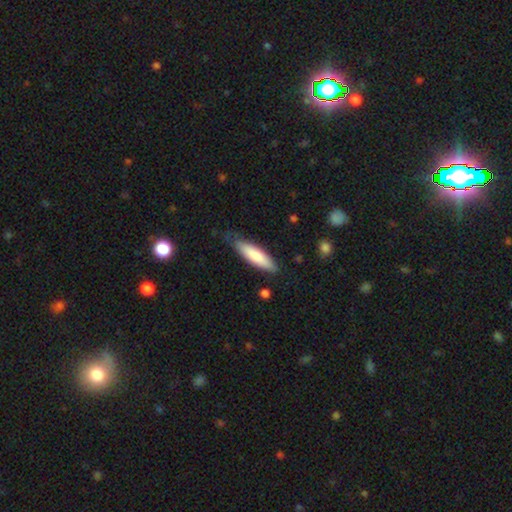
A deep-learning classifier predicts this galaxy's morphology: Q: Smooth or featured?
A: smooth (77%); runner-up: featured or disk (18%)
Q: How rounded?
A: cigar-shaped (61%); runner-up: in between (38%)
Q: Merging?
A: none (72%); runner-up: minor disturbance (21%)